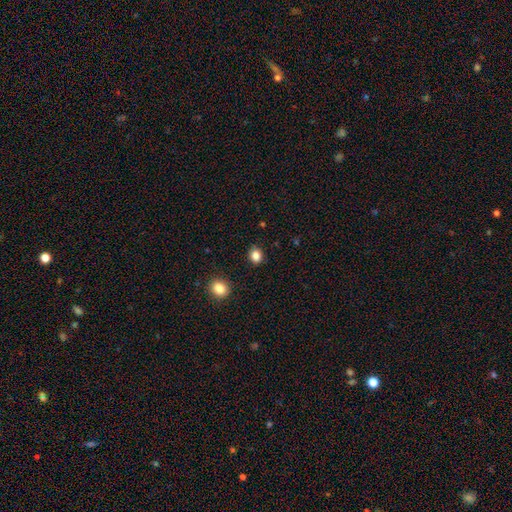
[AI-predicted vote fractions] A smooth galaxy with no disk features (85%) that is round (62%).

Vote fractions:
- Smooth or featured? smooth: 85% / star or artifact: 12% / featured or disk: 4%
- How rounded? round: 62% / in between: 38% / cigar-shaped: 1%
- Merging? none: 87% / minor disturbance: 8% / major disturbance: 2% / merger: 2%